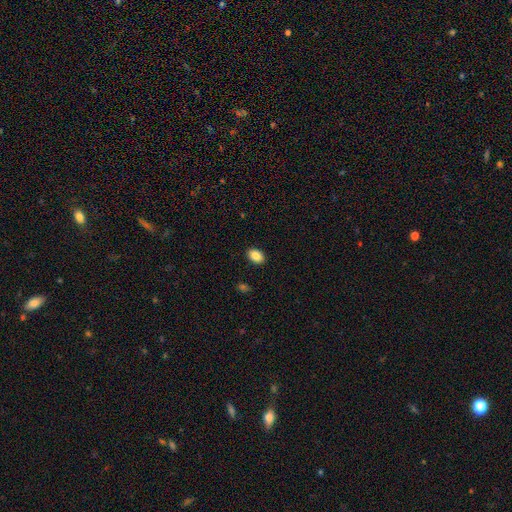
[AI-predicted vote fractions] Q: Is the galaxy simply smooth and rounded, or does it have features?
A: smooth — 86%.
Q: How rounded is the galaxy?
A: in between — 81%.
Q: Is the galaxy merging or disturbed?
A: none — 90%.